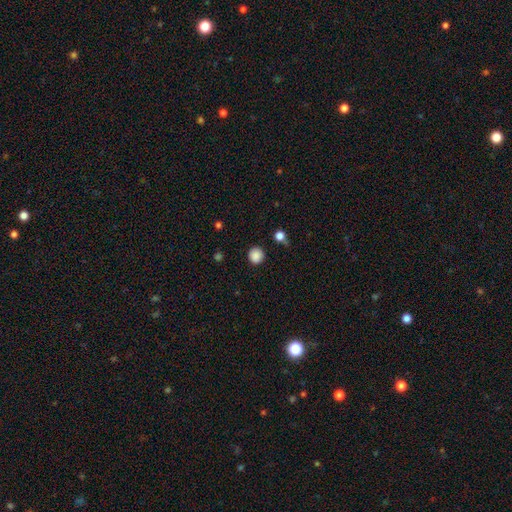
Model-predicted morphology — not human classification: smooth_or_featured: smooth (p=0.87) [alt: star or artifact p=0.10]
how_rounded: round (p=0.93) [alt: in between p=0.06]
merging: none (p=0.87) [alt: minor disturbance p=0.08]